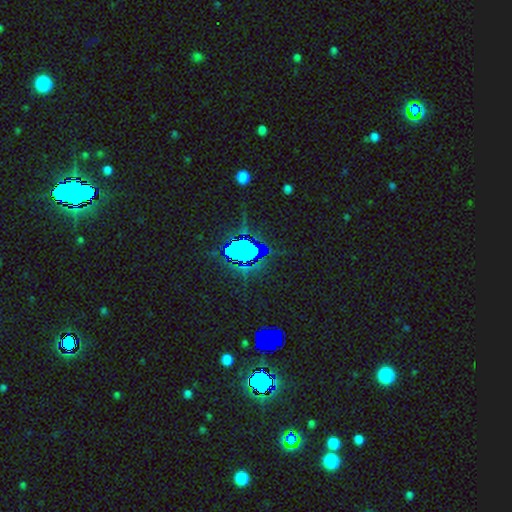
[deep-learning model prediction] A star or artifact, not a galaxy (78%).